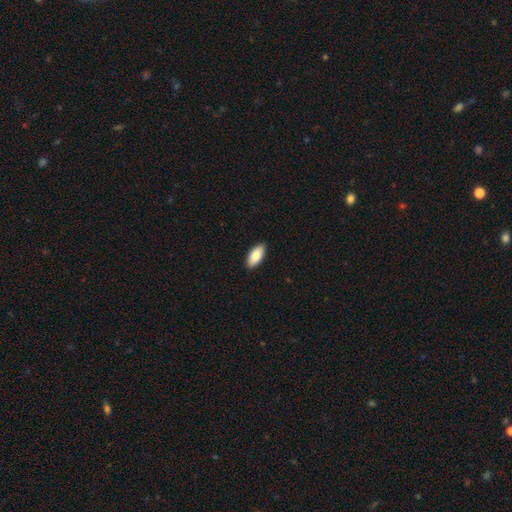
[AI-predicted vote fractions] A smooth galaxy with no disk features (83%) that is in between round and cigar-shaped (90%).

Vote fractions:
- Smooth or featured? smooth: 83% / featured or disk: 11% / star or artifact: 6%
- How rounded? in between: 90% / cigar-shaped: 8% / round: 2%
- Merging? none: 90% / minor disturbance: 7% / major disturbance: 1% / merger: 1%